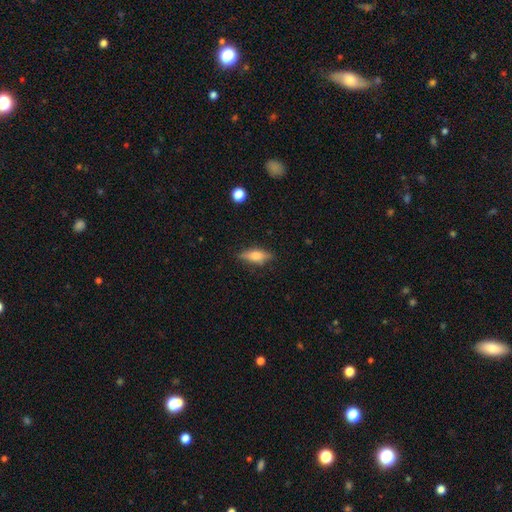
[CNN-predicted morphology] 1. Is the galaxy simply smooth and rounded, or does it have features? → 57% smooth, 35% featured or disk, 8% star or artifact.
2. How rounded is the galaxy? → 65% in between, 31% cigar-shaped, 4% round.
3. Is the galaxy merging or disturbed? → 81% none, 15% minor disturbance, 3% major disturbance, 1% merger.